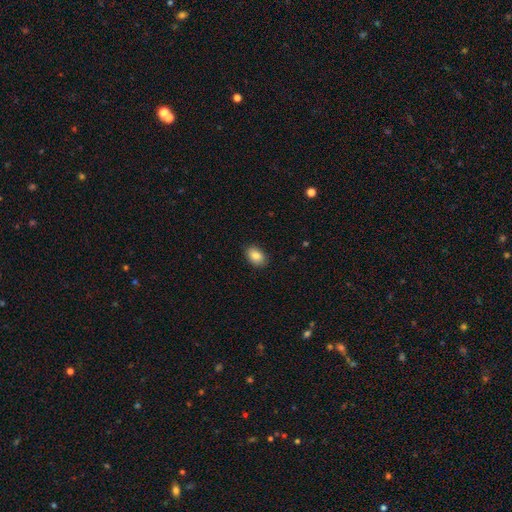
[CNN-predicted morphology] Smooth or featured: smooth — 85% (star or artifact — 8%)
How rounded: in between — 84% (round — 14%)
Merging: none — 88% (minor disturbance — 9%)